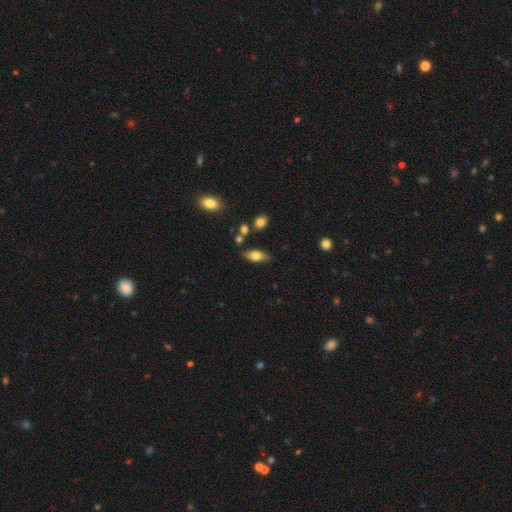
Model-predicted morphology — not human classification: This appears to be a smooth galaxy with no disk features (69%) that is in between round and cigar-shaped (84%). Merging: none (79%).